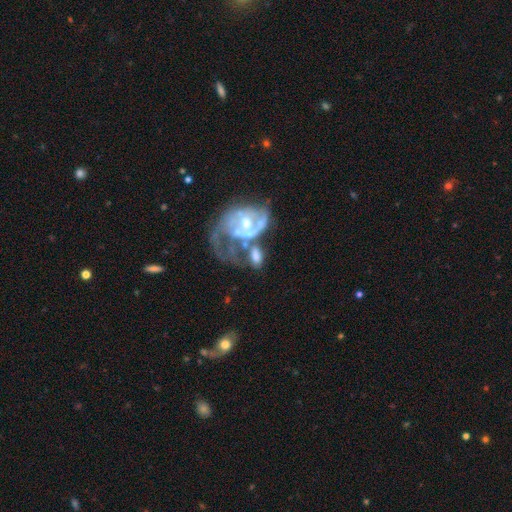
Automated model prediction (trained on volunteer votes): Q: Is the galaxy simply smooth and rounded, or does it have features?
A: featured or disk — 67%.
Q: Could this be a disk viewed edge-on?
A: no — 96%.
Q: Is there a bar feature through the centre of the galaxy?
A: no — 71%.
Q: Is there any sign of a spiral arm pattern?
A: yes — 58%.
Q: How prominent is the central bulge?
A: moderate — 55%.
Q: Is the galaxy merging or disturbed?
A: merger — 40%.